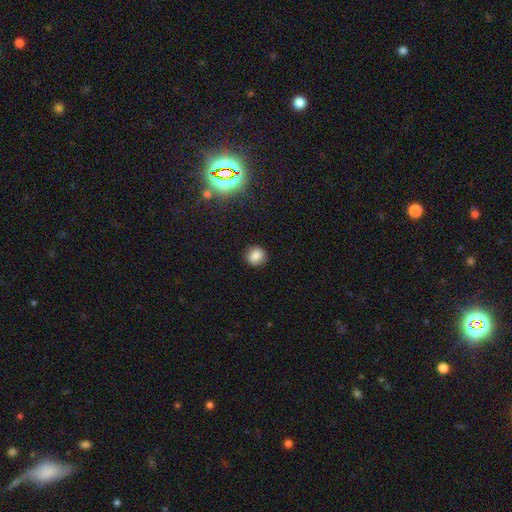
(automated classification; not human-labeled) Overall: smooth (81%). How rounded: round (85%). Merging: none (89%).